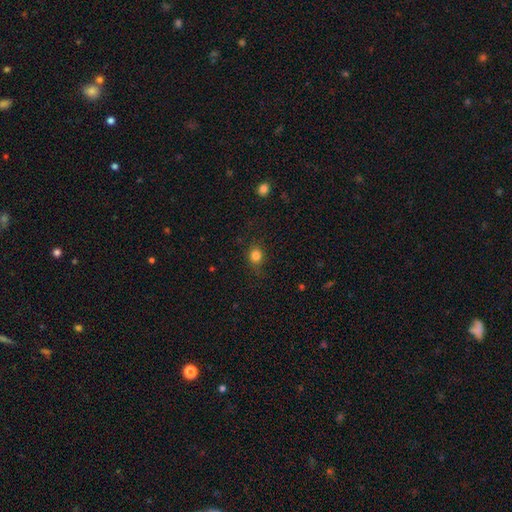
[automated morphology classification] This is clearly a smooth galaxy (83%). How rounded: likely round (73%). Merging: likely none (76%).